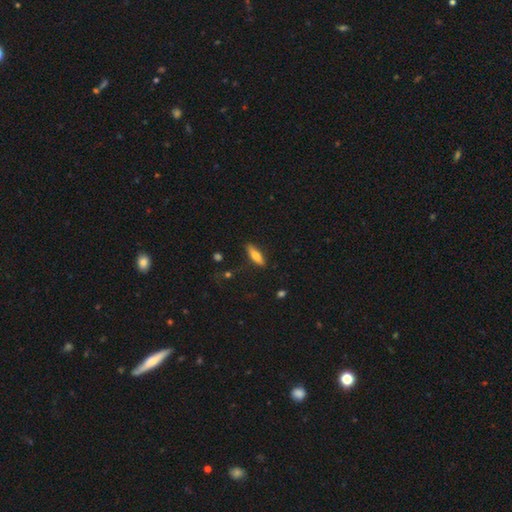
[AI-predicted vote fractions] smooth-or-featured: smooth: 70% | featured or disk: 24% | star or artifact: 7%
  how-rounded: cigar-shaped: 53% | in between: 45% | round: 2%
  merging: none: 84% | minor disturbance: 12% | major disturbance: 3% | merger: 2%